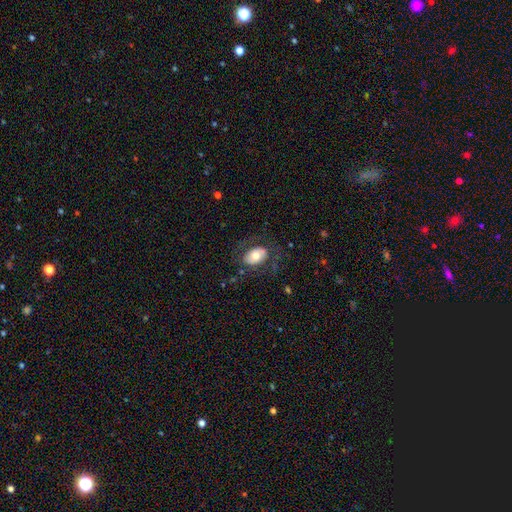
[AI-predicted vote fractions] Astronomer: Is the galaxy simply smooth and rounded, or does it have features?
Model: smooth — 58% (runner-up: featured or disk, 35%).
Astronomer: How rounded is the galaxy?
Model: in between — 86%.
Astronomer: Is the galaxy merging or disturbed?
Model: none — 67%.